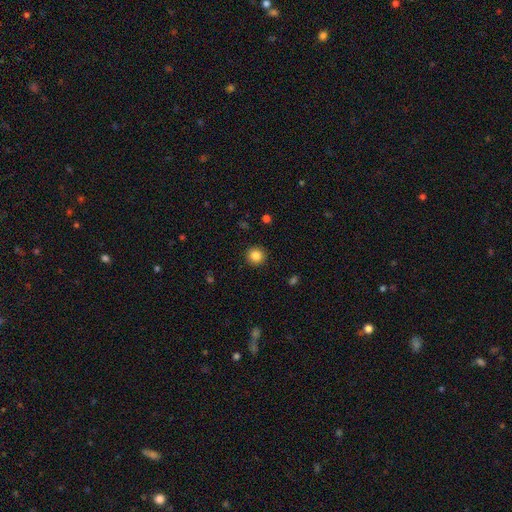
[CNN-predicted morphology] Overall: smooth (86%). How rounded: round (93%). Merging: none (92%).